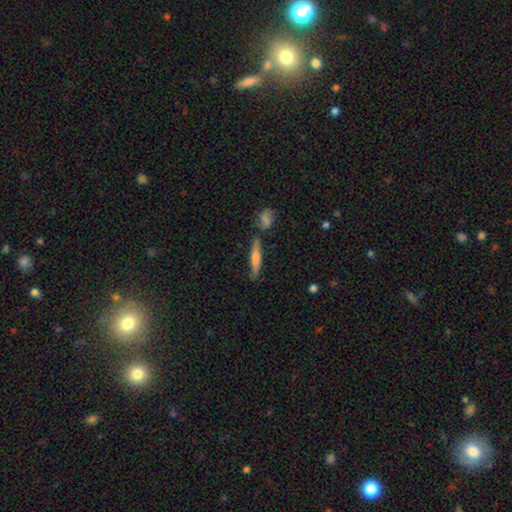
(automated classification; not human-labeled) featured or disk 54%, smooth 38%, star or artifact 7%. Down the decision tree: edge-on disk — yes (91%); merging — none (76%).